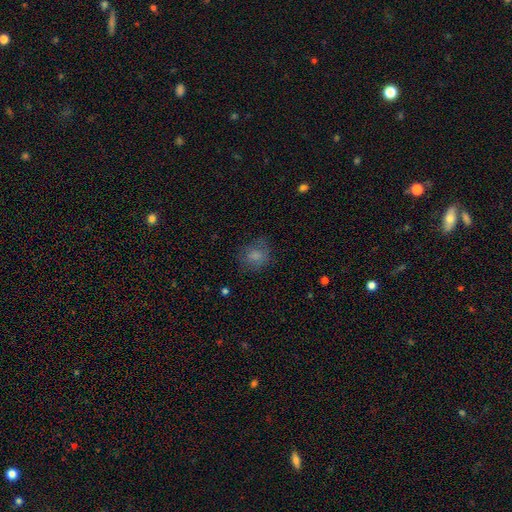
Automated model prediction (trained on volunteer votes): smooth-or-featured: smooth: 78% | featured or disk: 12% | star or artifact: 10%
  how-rounded: round: 66% | in between: 33% | cigar-shaped: 1%
  merging: none: 68% | minor disturbance: 21% | major disturbance: 10% | merger: 1%